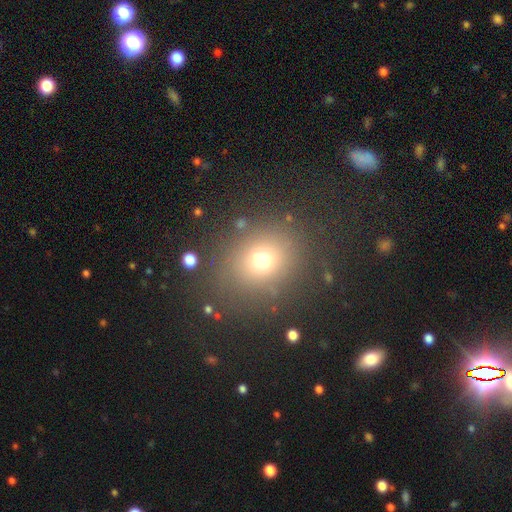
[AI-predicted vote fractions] Morphology: type=smooth (68%); roundness=round (67%); merging=none (82%).